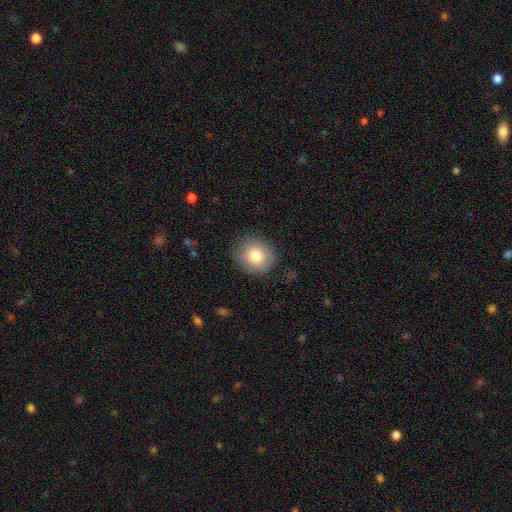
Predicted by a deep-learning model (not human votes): Smooth or featured: smooth — 82% (featured or disk — 10%)
How rounded: round — 84% (in between — 15%)
Merging: none — 84% (minor disturbance — 11%)